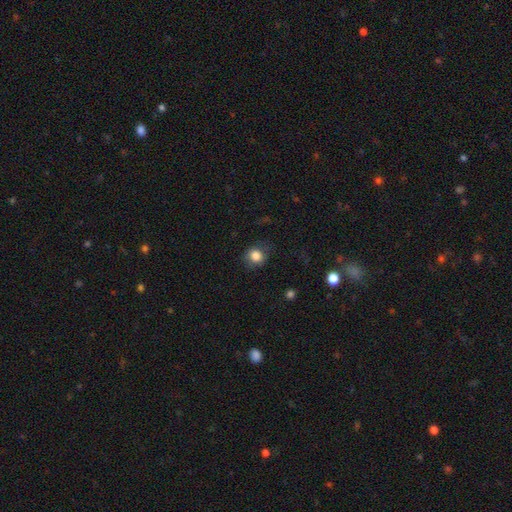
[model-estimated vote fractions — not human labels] Morphology: type=smooth (83%); roundness=round (76%); merging=none (74%).